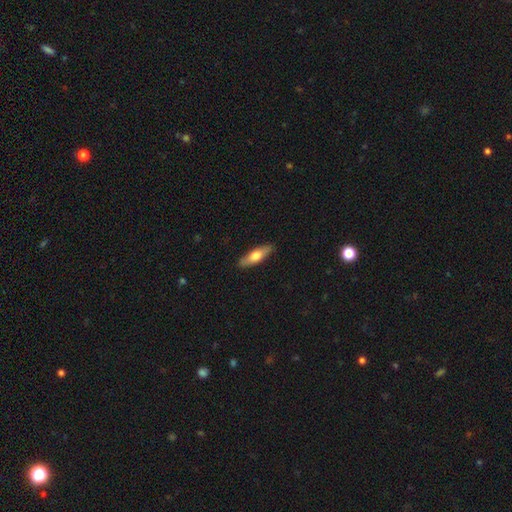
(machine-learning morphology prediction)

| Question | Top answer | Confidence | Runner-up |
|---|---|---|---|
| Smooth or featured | smooth | 62% | featured or disk (33%) |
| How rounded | cigar-shaped | 53% | in between (45%) |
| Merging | none | 89% | minor disturbance (8%) |